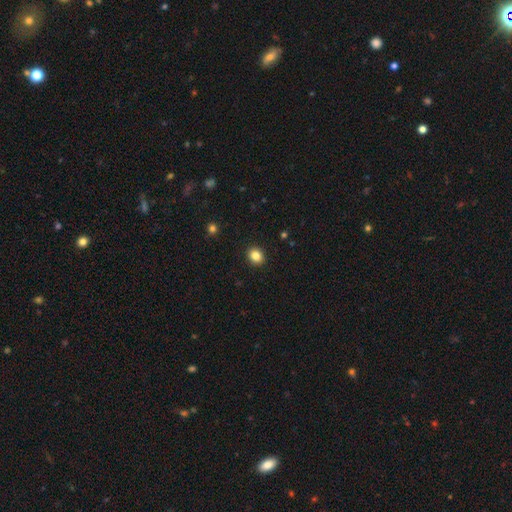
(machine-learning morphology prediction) A smooth galaxy with no disk features (84%) that is round (72%).

Vote fractions:
- Smooth or featured? smooth: 84% / star or artifact: 11% / featured or disk: 5%
- How rounded? round: 72% / in between: 27% / cigar-shaped: 1%
- Merging? none: 92% / minor disturbance: 5% / major disturbance: 2% / merger: 1%